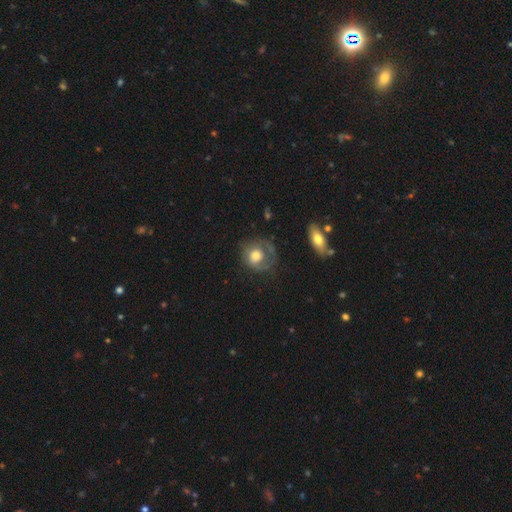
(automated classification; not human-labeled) Q: Smooth or featured?
A: smooth (53%); runner-up: featured or disk (40%)
Q: How rounded?
A: round (77%); runner-up: in between (22%)
Q: Merging?
A: none (49%); runner-up: major disturbance (25%)